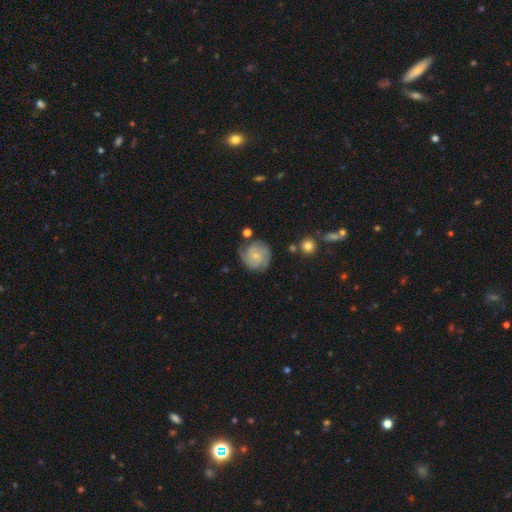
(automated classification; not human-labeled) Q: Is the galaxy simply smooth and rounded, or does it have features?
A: featured or disk — 68%.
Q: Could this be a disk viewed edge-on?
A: no — 98%.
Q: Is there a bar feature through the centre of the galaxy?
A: no — 71%.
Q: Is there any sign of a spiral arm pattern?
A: yes — 92%.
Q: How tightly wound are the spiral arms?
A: tight — 60%.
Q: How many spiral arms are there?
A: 2 — 30%.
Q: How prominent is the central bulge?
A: small — 69%.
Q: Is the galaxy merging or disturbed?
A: none — 70%.